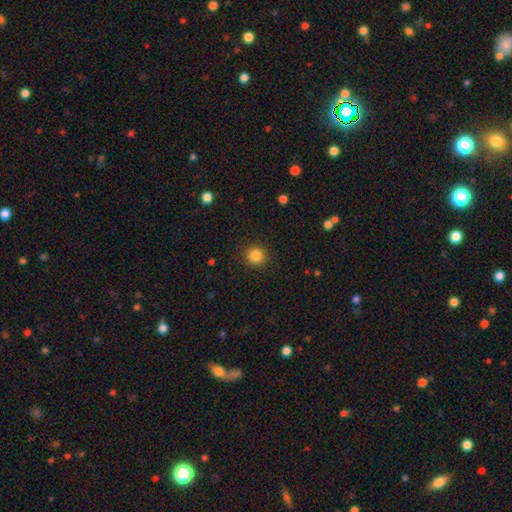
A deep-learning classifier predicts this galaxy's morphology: smooth-or-featured: smooth: 85% | star or artifact: 11% | featured or disk: 4%
  how-rounded: round: 93% | in between: 6% | cigar-shaped: 1%
  merging: none: 91% | minor disturbance: 6% | major disturbance: 2% | merger: 1%